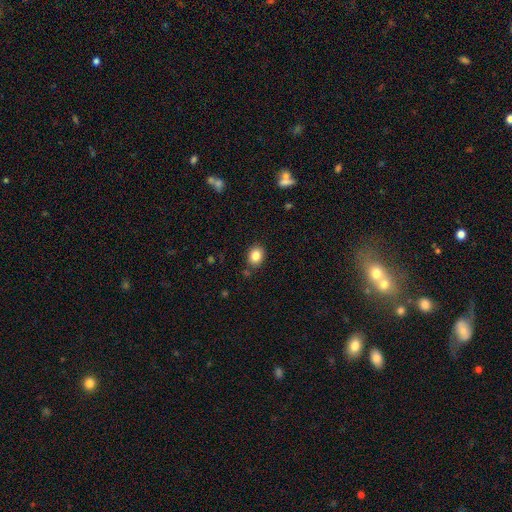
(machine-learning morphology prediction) smooth 84%, star or artifact 10%, featured or disk 6%. Down the decision tree: how rounded — in between (51%); merging — none (84%).